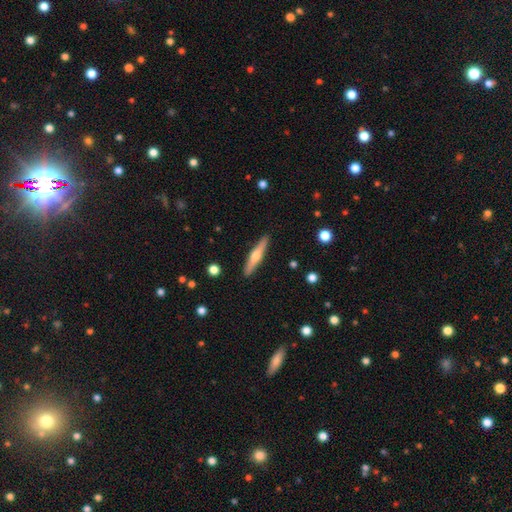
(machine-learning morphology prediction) This is possibly a featured or disk galaxy (57%). It is clearly viewed edge-on (96%). Edge-on bulge: clearly rounded (91%). Merging: clearly none (90%).